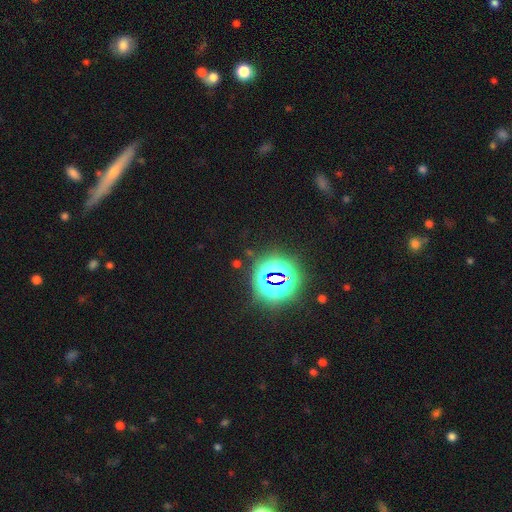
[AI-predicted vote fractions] star or artifact 75%, smooth 16%, featured or disk 9%.